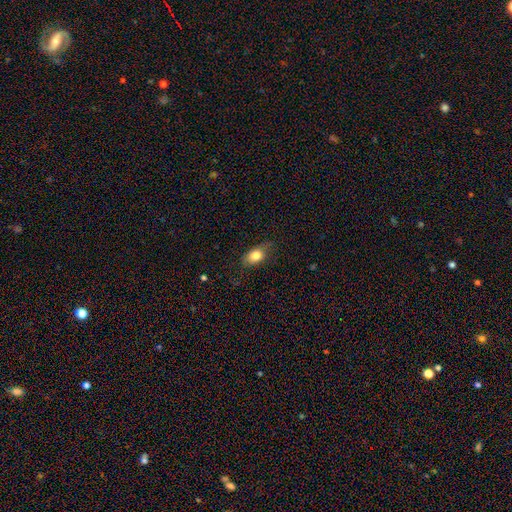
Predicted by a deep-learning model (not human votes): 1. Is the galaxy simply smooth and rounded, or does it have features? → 80% smooth, 12% featured or disk, 8% star or artifact.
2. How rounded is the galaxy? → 83% in between, 14% round, 3% cigar-shaped.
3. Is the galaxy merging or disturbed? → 69% none, 23% minor disturbance, 7% major disturbance, 1% merger.